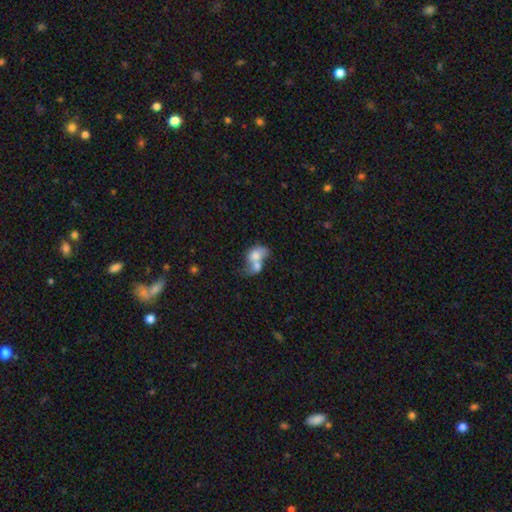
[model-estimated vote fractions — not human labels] The model was most divided on "how rounded": in between: 68%, round: 30%, cigar-shaped: 2%. More confident: merging — merger (77%); smooth or featured — smooth (66%).